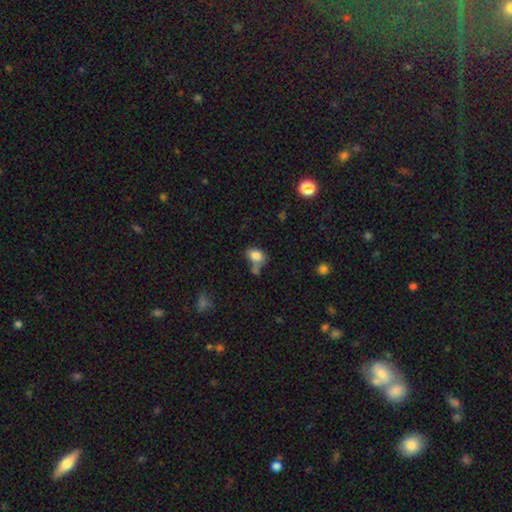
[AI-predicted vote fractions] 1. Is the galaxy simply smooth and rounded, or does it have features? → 81% smooth, 10% star or artifact, 8% featured or disk.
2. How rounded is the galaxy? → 71% in between, 27% round, 1% cigar-shaped.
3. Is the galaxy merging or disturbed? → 44% none, 25% merger, 21% minor disturbance, 10% major disturbance.